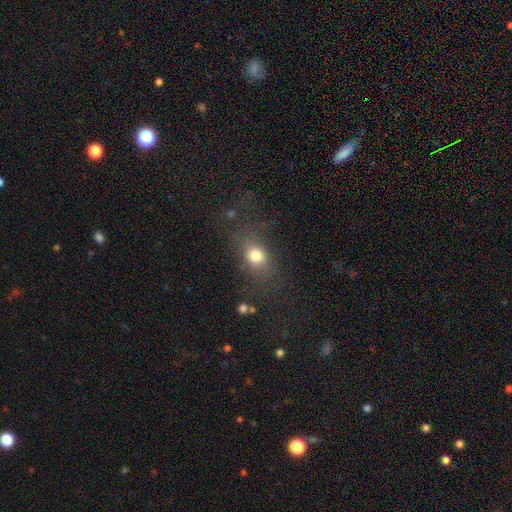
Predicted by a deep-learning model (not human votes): A smooth galaxy with no disk features (76%) that is in between round and cigar-shaped (53%). Merging: none (64%).